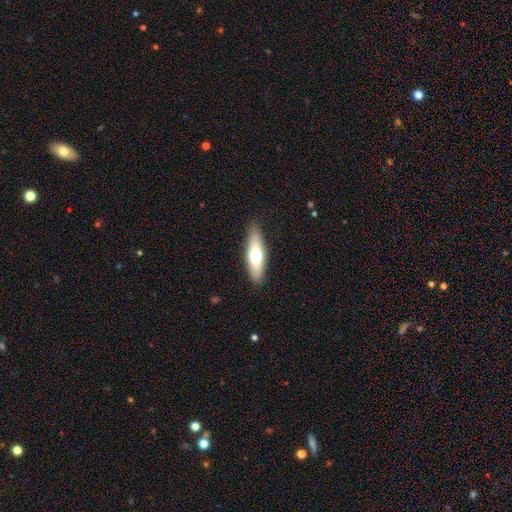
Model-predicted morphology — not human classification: The model was most divided on "how rounded": cigar-shaped: 60%, in between: 38%, round: 2%. More confident: merging — none (87%); smooth or featured — smooth (58%).